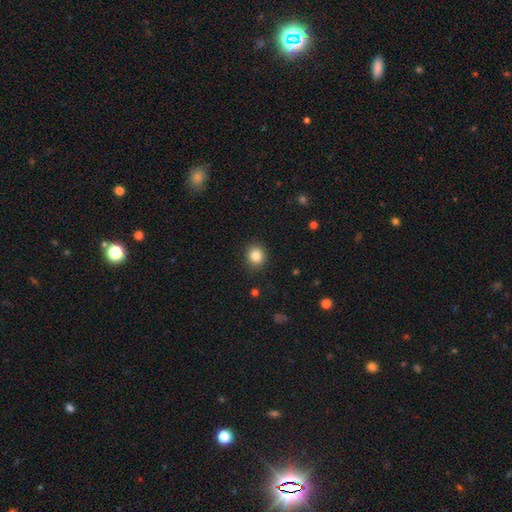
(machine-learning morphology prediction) Overall: smooth (85%). How rounded: round (86%). Merging: none (90%).